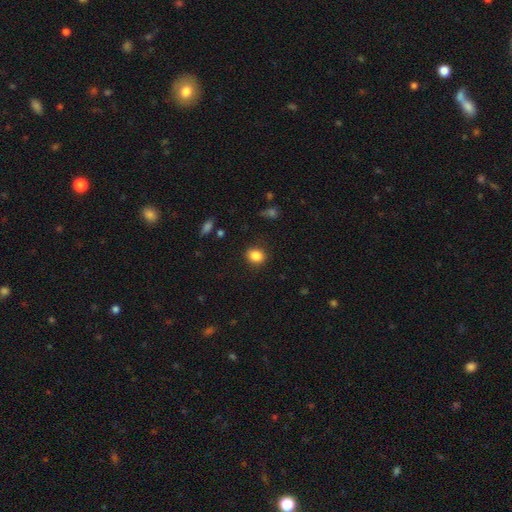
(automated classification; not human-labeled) Smooth or featured: smooth — 86% (star or artifact — 10%)
How rounded: round — 54% (in between — 45%)
Merging: none — 86% (minor disturbance — 9%)